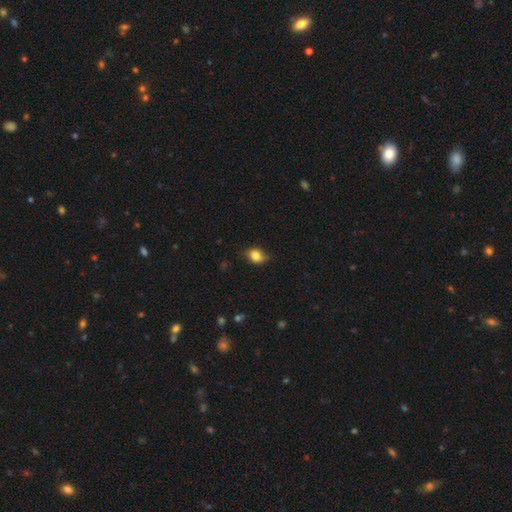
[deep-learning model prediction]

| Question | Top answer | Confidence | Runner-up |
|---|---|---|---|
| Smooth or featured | smooth | 81% | featured or disk (10%) |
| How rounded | in between | 66% | round (33%) |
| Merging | none | 75% | minor disturbance (20%) |